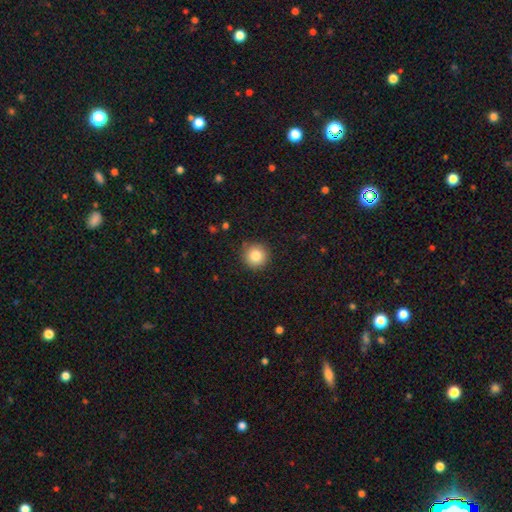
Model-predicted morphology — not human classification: smooth-or-featured: smooth: 84% | star or artifact: 10% | featured or disk: 7%
  how-rounded: round: 95% | in between: 4% | cigar-shaped: 1%
  merging: none: 89% | minor disturbance: 7% | major disturbance: 2% | merger: 1%